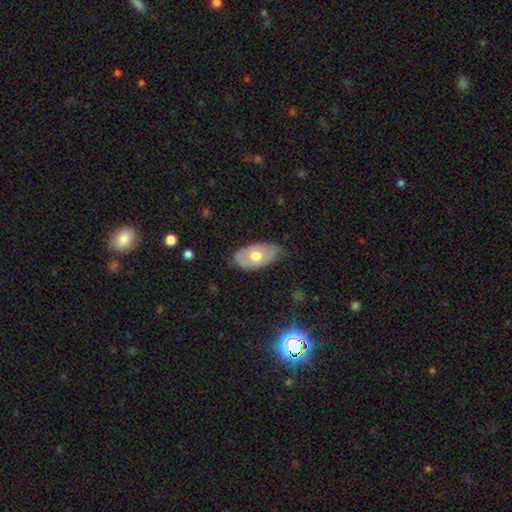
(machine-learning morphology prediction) Smooth or featured? smooth (52%)
How rounded? in between (92%)
Merging? none (73%)